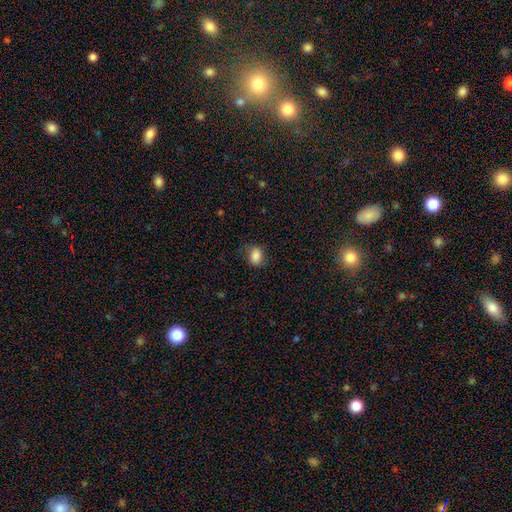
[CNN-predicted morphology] smooth_or_featured: smooth (p=0.87) [alt: star or artifact p=0.09]
how_rounded: in between (p=0.66) [alt: round p=0.33]
merging: none (p=0.70) [alt: minor disturbance p=0.22]